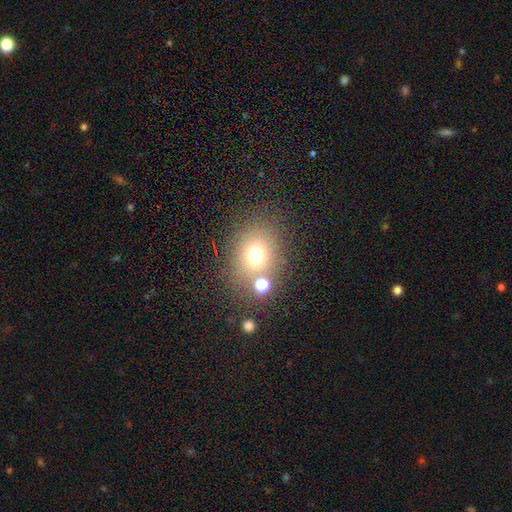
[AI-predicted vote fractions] Smooth or featured? Predicted: smooth (p=0.67). How rounded? Predicted: round (p=0.67). Merging? Predicted: none (p=0.69).